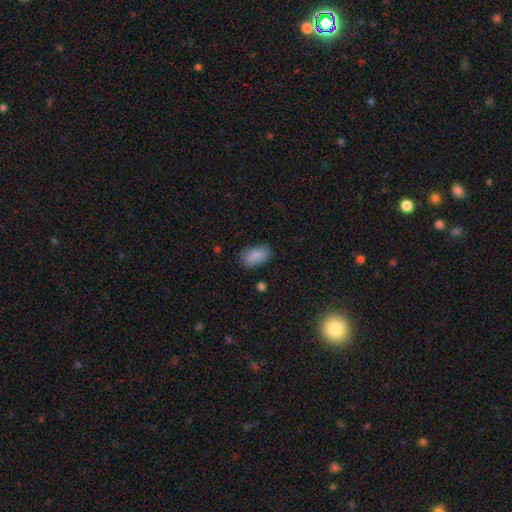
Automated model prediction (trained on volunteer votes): Smooth or featured: smooth — 88% (star or artifact — 7%)
How rounded: in between — 93% (round — 5%)
Merging: none — 83% (minor disturbance — 13%)